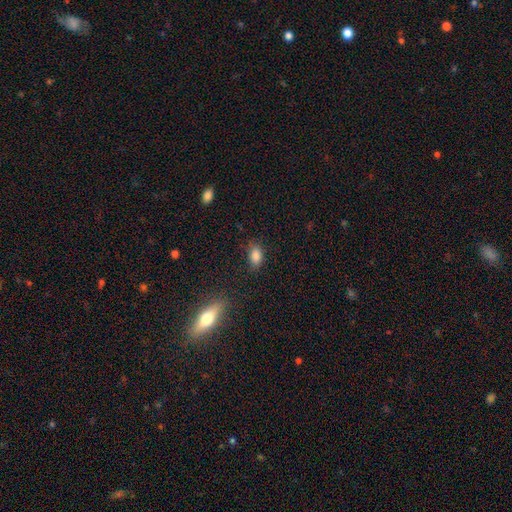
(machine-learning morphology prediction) Overall: smooth (84%). How rounded: in between (86%). Merging: none (74%).